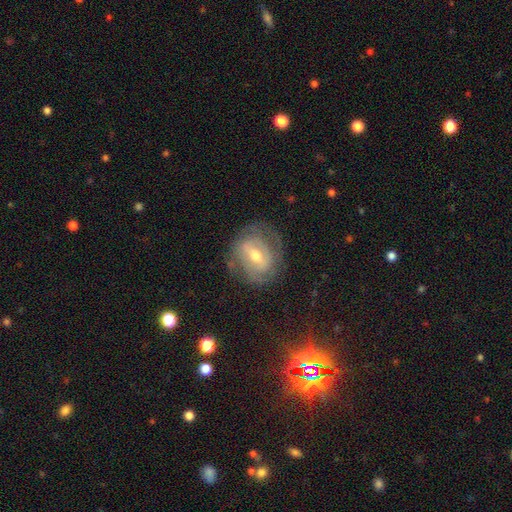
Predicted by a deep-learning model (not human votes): Smooth or featured: featured or disk — 76% (smooth — 17%)
Edge-on disk: no — 96% (yes — 4%)
Bar: weak — 46% (strong — 30%)
Spiral arms: yes — 78% (no — 22%)
Spiral winding: tight — 59% (medium — 31%)
Spiral arm count: 2 — 43% (can't tell — 37%)
Bulge size: moderate — 67% (small — 27%)
Merging: none — 70% (minor disturbance — 18%)